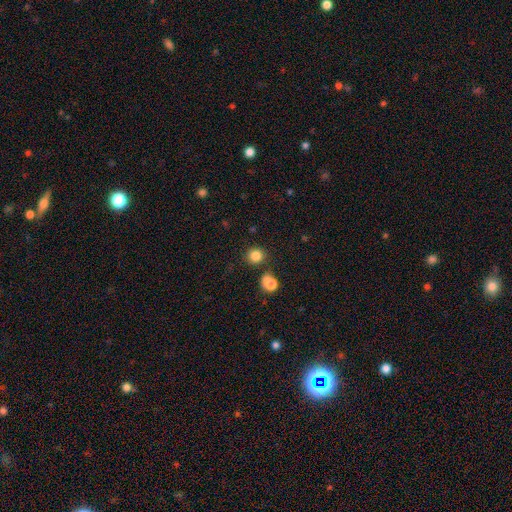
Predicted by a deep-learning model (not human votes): Smooth or featured? smooth (83%)
How rounded? round (90%)
Merging? none (79%)